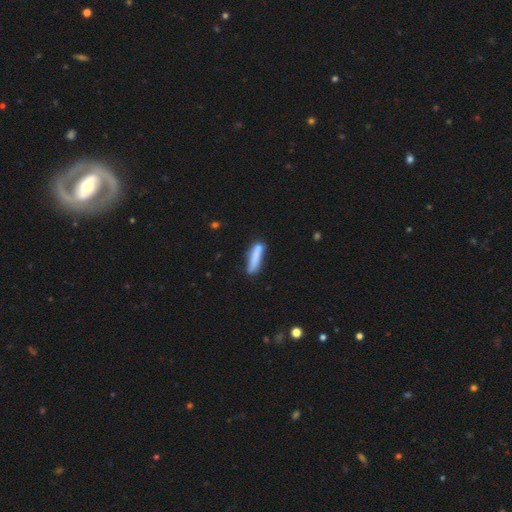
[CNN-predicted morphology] Q: Smooth or featured?
A: smooth (79%); runner-up: featured or disk (14%)
Q: How rounded?
A: cigar-shaped (83%); runner-up: in between (15%)
Q: Merging?
A: none (67%); runner-up: minor disturbance (21%)